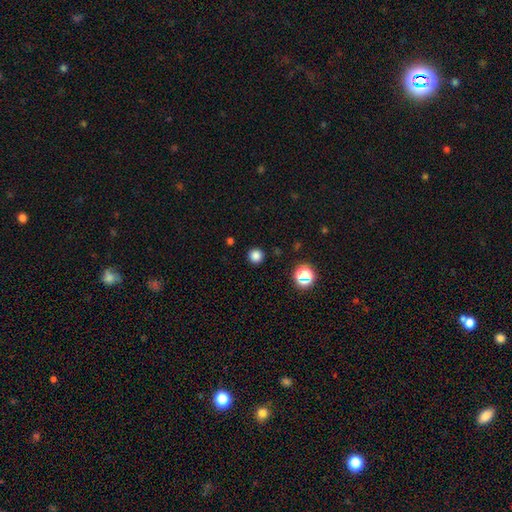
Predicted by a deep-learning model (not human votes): A smooth galaxy with no disk features (82%) that is round (96%). Merging: none (92%).